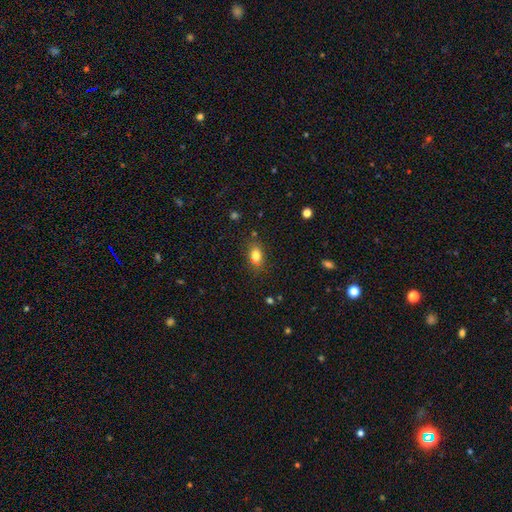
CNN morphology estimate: smooth 79%, star or artifact 11%, featured or disk 10%. Down the decision tree: how rounded — in between (78%); merging — none (77%).